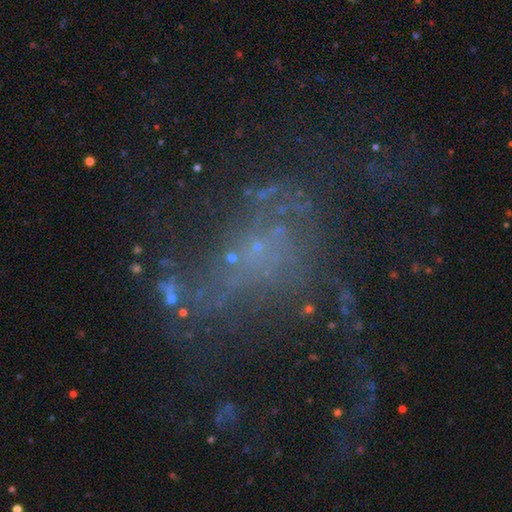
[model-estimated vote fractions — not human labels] featured or disk 53%, star or artifact 30%, smooth 17%. Down the decision tree: edge-on disk — no (96%); bar — no (84%); spiral arms — no (66%); bulge size — none (54%); merging — major disturbance (42%).